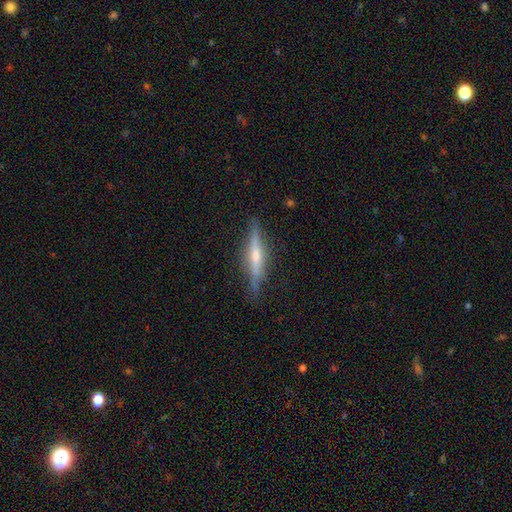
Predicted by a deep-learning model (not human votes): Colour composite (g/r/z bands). It shows a featured or disk galaxy (72%) viewed edge-on (96%) with a rounded central bulge (71%). Merging: none (85%).